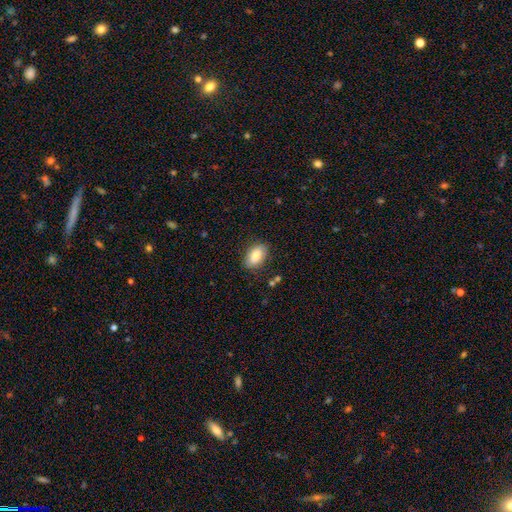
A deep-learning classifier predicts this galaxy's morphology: Smooth or featured?
  - smooth: 84% *
  - featured or disk: 9%
  - star or artifact: 7%
How rounded?
  - in between: 92% *
  - round: 6%
  - cigar-shaped: 2%
Merging?
  - none: 84% *
  - minor disturbance: 12%
  - major disturbance: 3%
  - merger: 1%